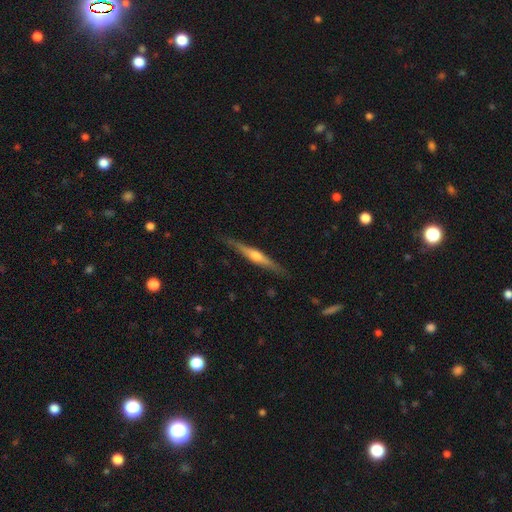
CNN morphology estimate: A featured or disk galaxy (71%) viewed edge-on (98%) with a rounded central bulge (85%). Merging: none (87%).